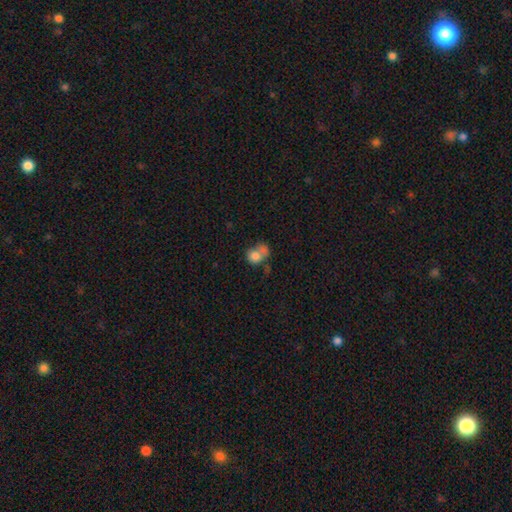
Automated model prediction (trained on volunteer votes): smooth-or-featured: smooth: 76% | featured or disk: 15% | star or artifact: 10%
  how-rounded: round: 62% | in between: 37% | cigar-shaped: 1%
  merging: merger: 43% | none: 27% | major disturbance: 15% | minor disturbance: 15%